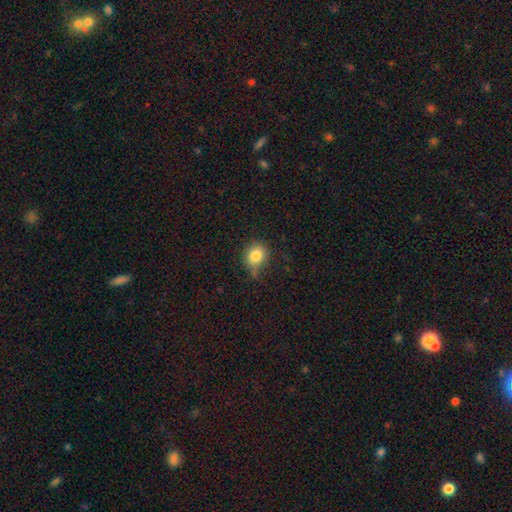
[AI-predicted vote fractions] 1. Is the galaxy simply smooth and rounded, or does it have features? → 82% smooth, 11% star or artifact, 7% featured or disk.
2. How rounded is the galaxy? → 71% round, 28% in between, 1% cigar-shaped.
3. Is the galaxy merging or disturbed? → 66% none, 25% minor disturbance, 6% major disturbance, 3% merger.